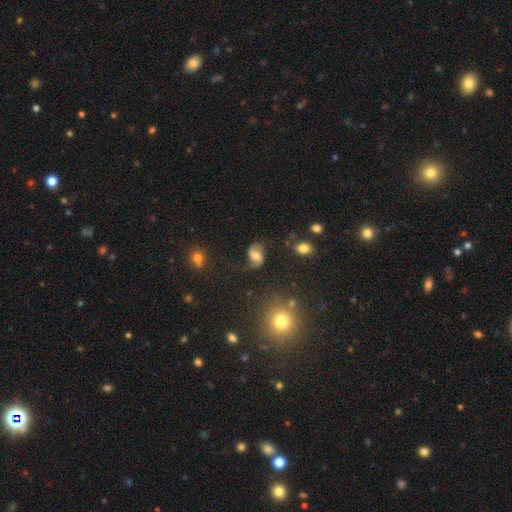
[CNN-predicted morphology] Smooth or featured?
  - featured or disk: 62% *
  - smooth: 27%
  - star or artifact: 11%
Edge-on disk?
  - no: 97% *
  - yes: 3%
Bar?
  - no: 47% *
  - weak: 40%
  - strong: 13%
Spiral arms?
  - yes: 90% *
  - no: 10%
Spiral winding?
  - loose: 57% *
  - medium: 33%
  - tight: 9%
Spiral arm count?
  - 2: 91% *
  - can't tell: 4%
  - 1: 2%
  - 3: 1%
  - 4: 1%
  - more than 4: 1%
Bulge size?
  - moderate: 60% *
  - large: 18%
  - small: 16%
  - none: 4%
  - dominant: 2%
Merging?
  - none: 72% *
  - minor disturbance: 17%
  - major disturbance: 8%
  - merger: 3%